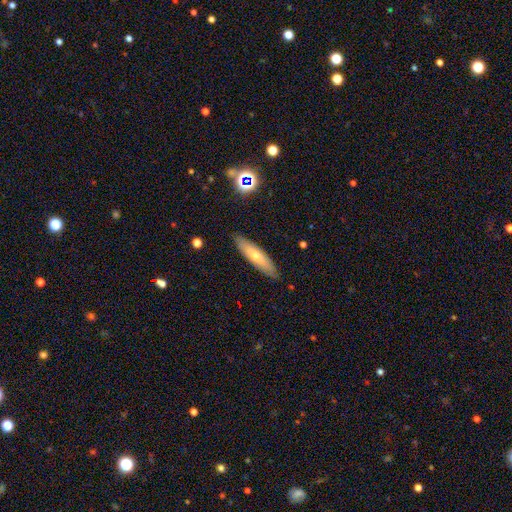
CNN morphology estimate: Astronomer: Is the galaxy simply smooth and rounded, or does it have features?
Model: smooth — 61%.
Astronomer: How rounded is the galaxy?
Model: cigar-shaped — 75%.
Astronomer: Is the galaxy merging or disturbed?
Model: none — 87%.